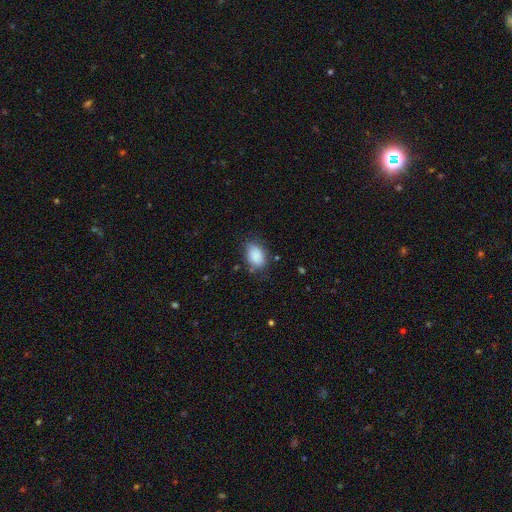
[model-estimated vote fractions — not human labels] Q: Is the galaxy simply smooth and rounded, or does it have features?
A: smooth — 88%.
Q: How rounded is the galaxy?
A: in between — 85%.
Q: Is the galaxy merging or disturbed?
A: none — 73%.